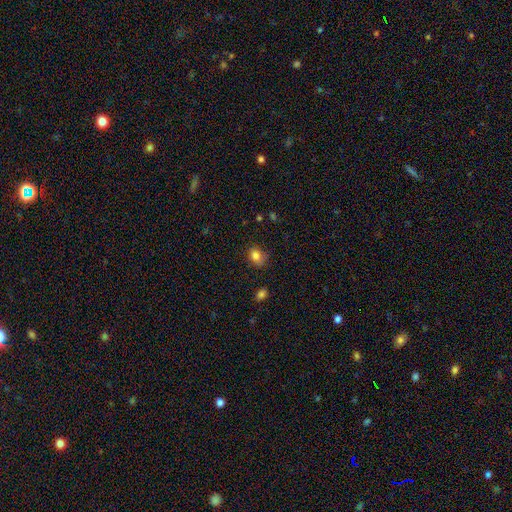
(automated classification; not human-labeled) A smooth galaxy with no disk features (82%) that is round (54%). Merging: none (69%).